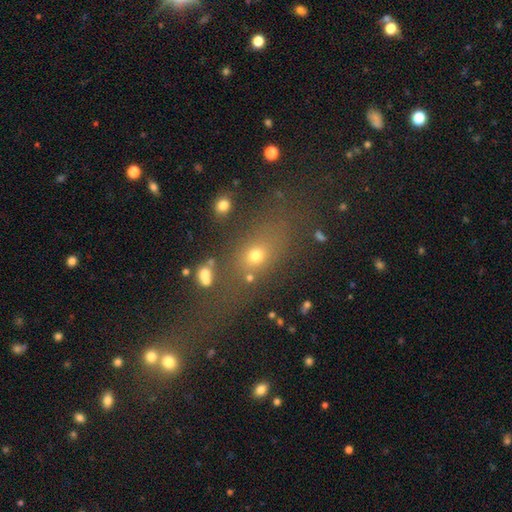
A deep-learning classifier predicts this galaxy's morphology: type=smooth (60%); roundness=in between (58%); merging=none (61%).